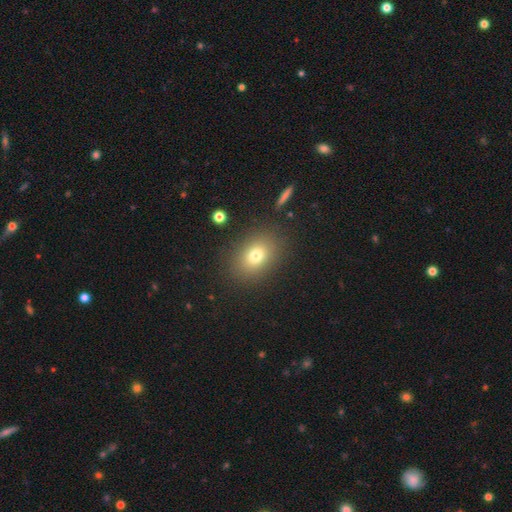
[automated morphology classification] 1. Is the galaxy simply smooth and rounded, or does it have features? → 75% smooth, 13% star or artifact, 12% featured or disk.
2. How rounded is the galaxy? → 65% in between, 33% round, 1% cigar-shaped.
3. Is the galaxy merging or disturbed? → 85% none, 9% minor disturbance, 4% major disturbance, 2% merger.